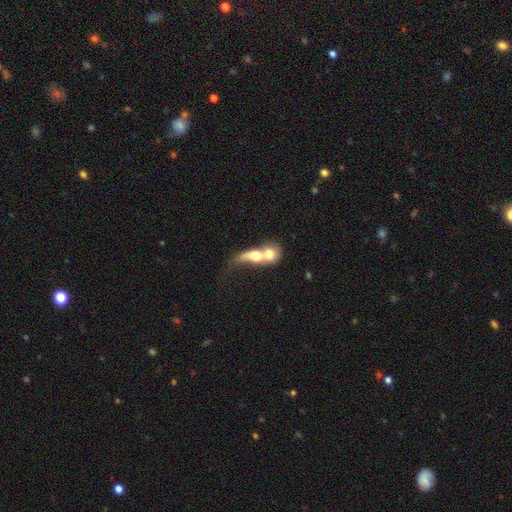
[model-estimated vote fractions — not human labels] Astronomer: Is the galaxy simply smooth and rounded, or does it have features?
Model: smooth — 62%.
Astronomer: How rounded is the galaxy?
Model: in between — 48% (runner-up: round, 41%).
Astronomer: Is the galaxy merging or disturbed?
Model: merger — 81%.